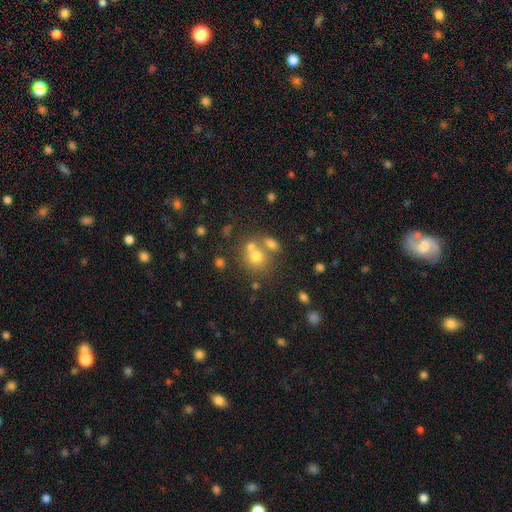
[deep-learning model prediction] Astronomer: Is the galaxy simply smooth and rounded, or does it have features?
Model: smooth — 66%.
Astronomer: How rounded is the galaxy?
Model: round — 77%.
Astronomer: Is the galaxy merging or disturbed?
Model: none — 48% (runner-up: merger, 38%).